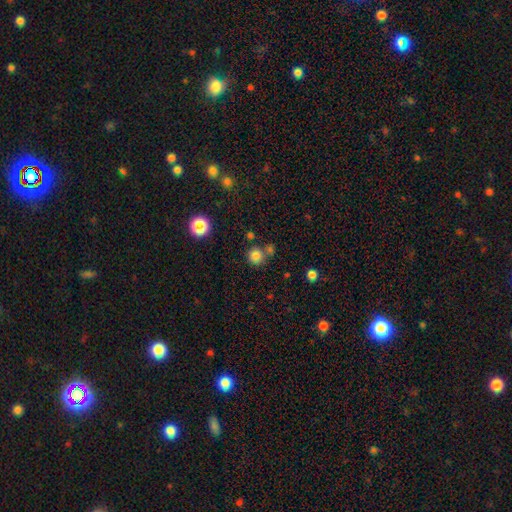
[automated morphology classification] Overall: smooth (81%). How rounded: round (92%). Merging: none (69%).